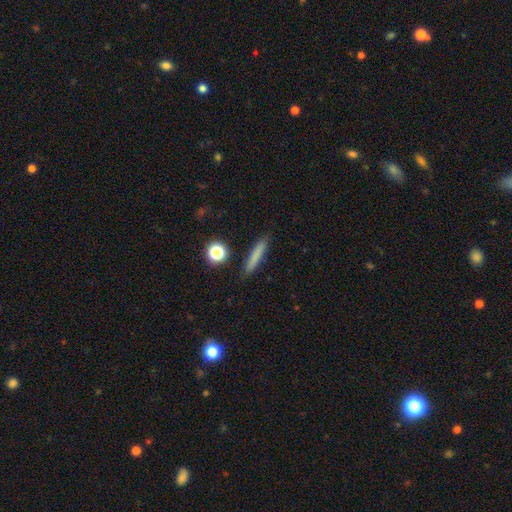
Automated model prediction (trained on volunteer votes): The model was most divided on "smooth or featured": smooth: 77%, featured or disk: 15%, star or artifact: 8%. More confident: how rounded — cigar-shaped (90%); merging — none (87%).